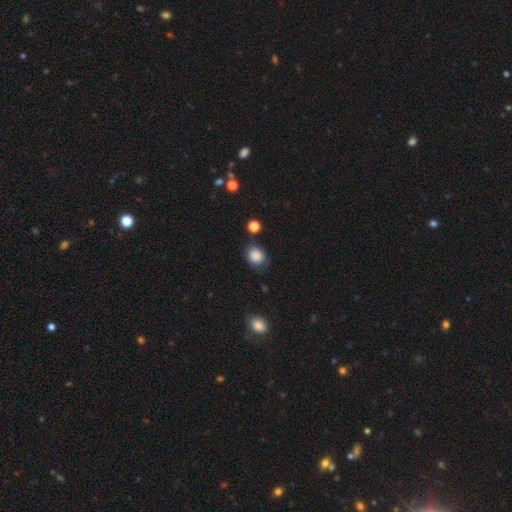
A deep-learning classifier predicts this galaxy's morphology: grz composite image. It shows a smooth galaxy with no disk features (87%) that is round (54%). Merging: none (71%).